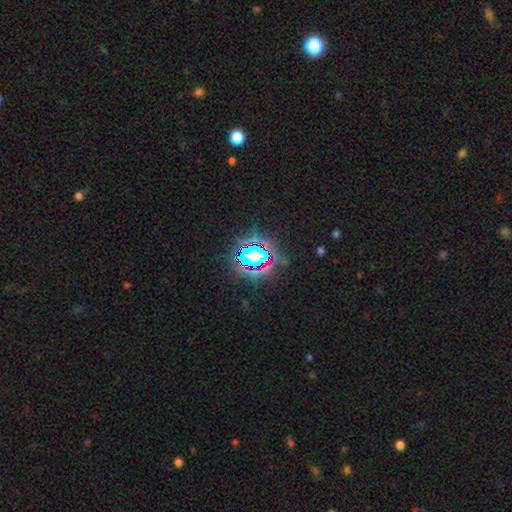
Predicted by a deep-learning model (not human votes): This is clearly a star or artifact rather than a galaxy (81%).